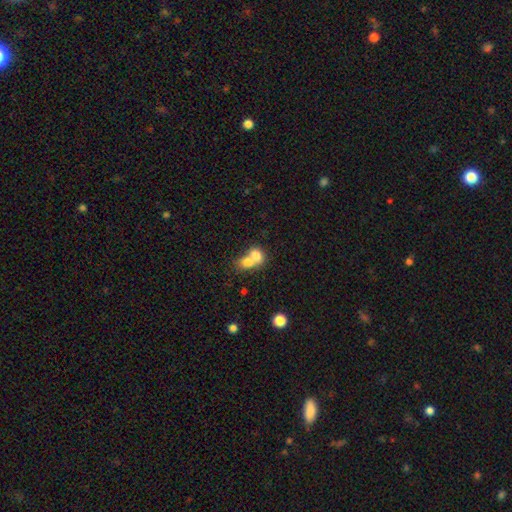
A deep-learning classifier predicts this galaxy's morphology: This is likely a smooth galaxy (74%). How rounded: possibly in between (59%). Merging: likely merger (74%).